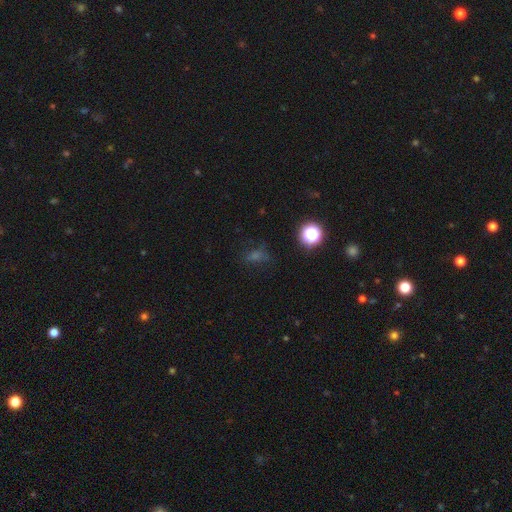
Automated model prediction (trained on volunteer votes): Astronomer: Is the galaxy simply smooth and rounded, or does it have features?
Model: smooth — 43% (runner-up: star or artifact, 41%).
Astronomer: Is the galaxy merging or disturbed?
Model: none — 70%.